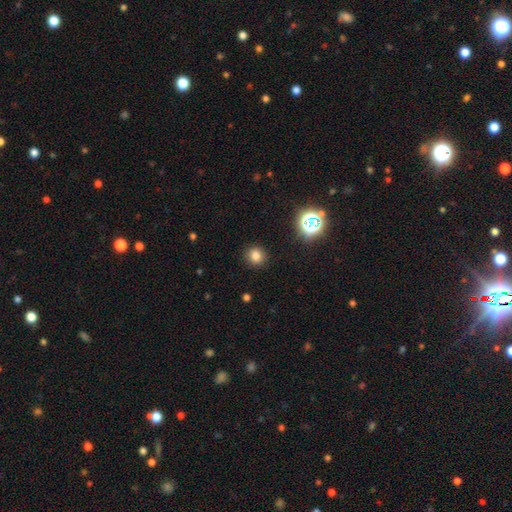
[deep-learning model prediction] Q: Smooth or featured?
A: smooth (79%); runner-up: star or artifact (16%)
Q: How rounded?
A: round (87%); runner-up: in between (12%)
Q: Merging?
A: none (90%); runner-up: minor disturbance (6%)